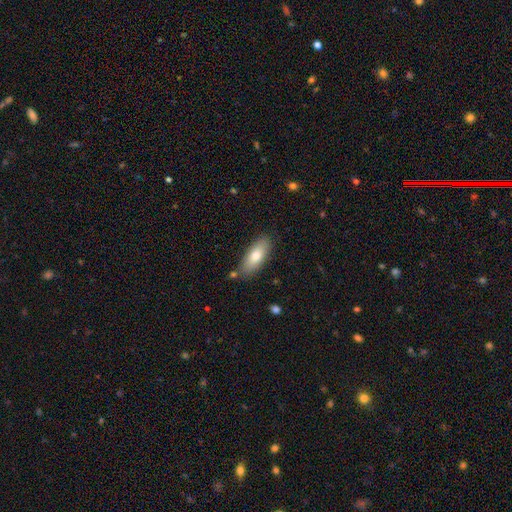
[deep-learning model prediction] Smooth or featured? smooth (75%)
How rounded? in between (77%)
Merging? none (80%)